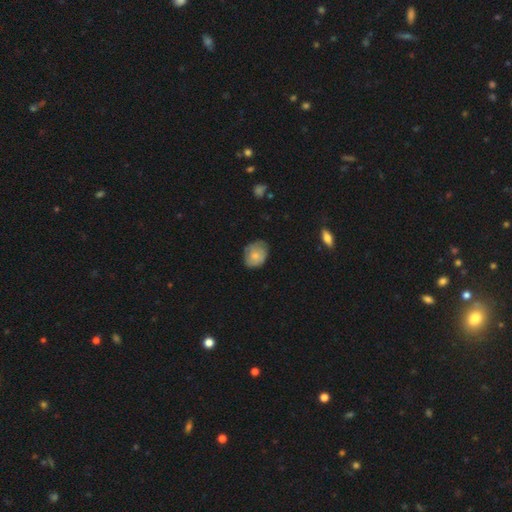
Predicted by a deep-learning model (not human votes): Smooth or featured?
  - smooth: 69% *
  - featured or disk: 24%
  - star or artifact: 7%
How rounded?
  - in between: 55% *
  - round: 44%
  - cigar-shaped: 1%
Merging?
  - none: 64% *
  - minor disturbance: 29%
  - major disturbance: 6%
  - merger: 1%